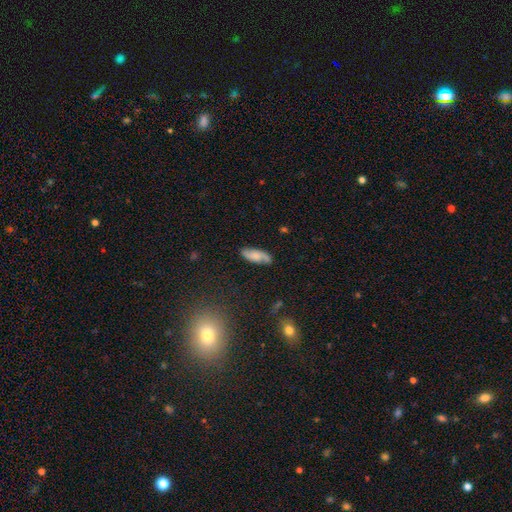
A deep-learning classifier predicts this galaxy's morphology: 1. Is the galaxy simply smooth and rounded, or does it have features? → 54% smooth, 39% featured or disk, 8% star or artifact.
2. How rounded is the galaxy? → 72% in between, 26% cigar-shaped, 3% round.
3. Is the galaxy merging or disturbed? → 77% none, 17% minor disturbance, 4% major disturbance, 2% merger.